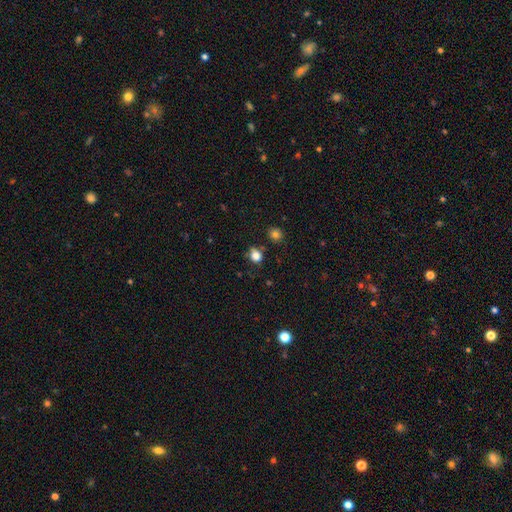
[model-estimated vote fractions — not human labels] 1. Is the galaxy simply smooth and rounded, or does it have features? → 80% smooth, 14% star or artifact, 6% featured or disk.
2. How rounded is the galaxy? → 61% round, 37% in between, 1% cigar-shaped.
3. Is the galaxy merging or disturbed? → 69% none, 19% minor disturbance, 6% merger, 6% major disturbance.